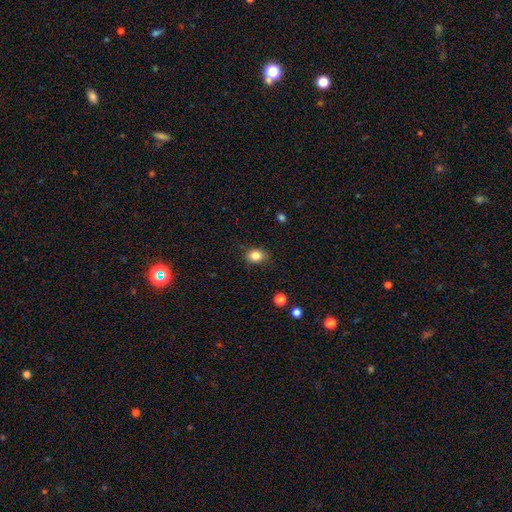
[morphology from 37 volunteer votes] A smooth galaxy with no disk features (92%) that is in between round and cigar-shaped (56%). Merging: none (86%).